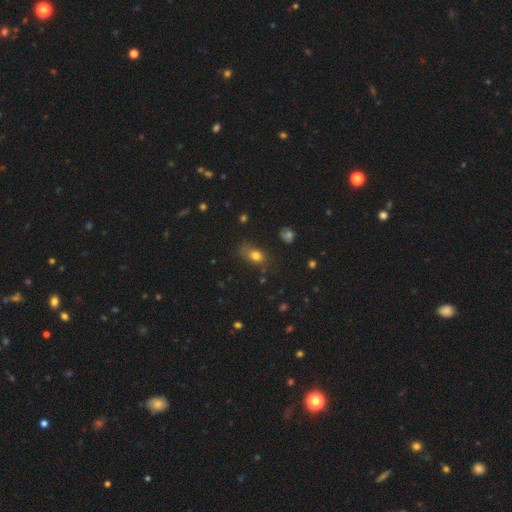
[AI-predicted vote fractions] smooth 77%, star or artifact 13%, featured or disk 10%. Down the decision tree: how rounded — in between (72%); merging — none (55%).